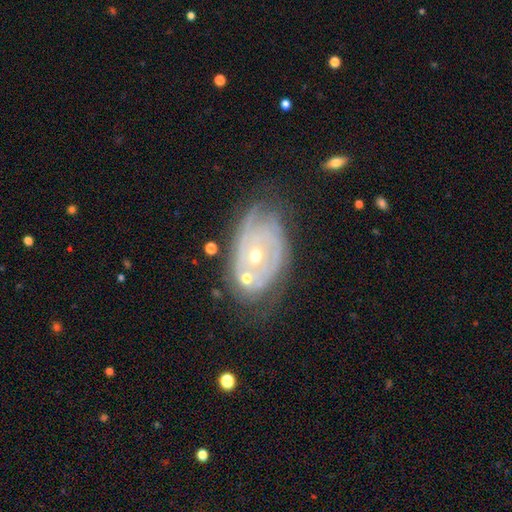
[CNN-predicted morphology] smooth-or-featured: featured or disk: 80% | smooth: 12% | star or artifact: 7%
  disk-edge-on: no: 95% | yes: 5%
    bar: no: 81% | weak: 14% | strong: 4%
    has-spiral-arms: yes: 83% | no: 17%
      spiral-winding: tight: 74% | medium: 19% | loose: 6%
      spiral-arm-count: can't tell: 44% | 2: 21% | 3: 16% | 4: 8% | 1: 6% | more than 4: 5%
    bulge-size: moderate: 50% | small: 47% | large: 2% | none: 1% | dominant: 1%
  merging: none: 56% | minor disturbance: 23% | major disturbance: 11% | merger: 9%